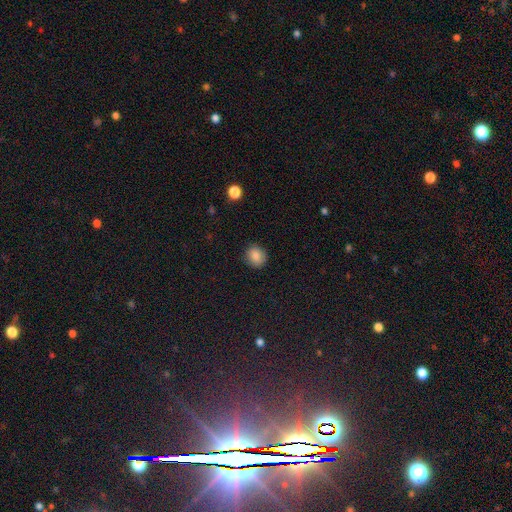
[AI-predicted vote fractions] A smooth galaxy with no disk features (86%) that is round (74%).

Vote fractions:
- Smooth or featured? smooth: 86% / star or artifact: 9% / featured or disk: 5%
- How rounded? round: 74% / in between: 25% / cigar-shaped: 1%
- Merging? none: 88% / minor disturbance: 8% / major disturbance: 2% / merger: 1%